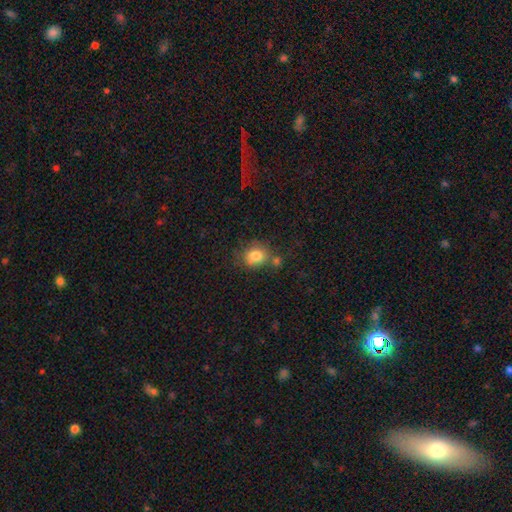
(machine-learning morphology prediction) Smooth or featured?
  - smooth: 82% *
  - star or artifact: 10%
  - featured or disk: 8%
How rounded?
  - round: 61% *
  - in between: 38%
  - cigar-shaped: 1%
Merging?
  - none: 62% *
  - merger: 17%
  - minor disturbance: 16%
  - major disturbance: 5%